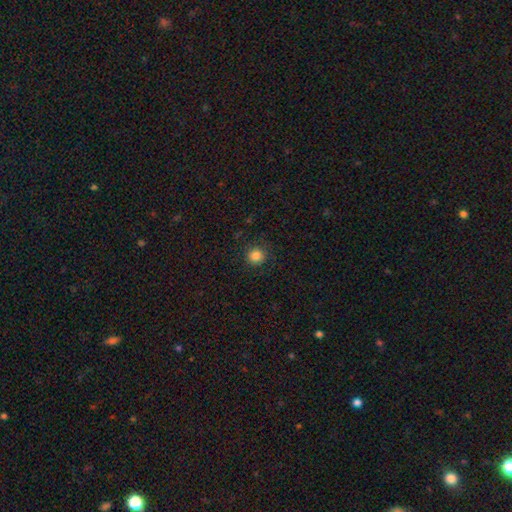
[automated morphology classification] Smooth or featured: smooth — 84% (star or artifact — 12%)
How rounded: round — 94% (in between — 5%)
Merging: none — 90% (minor disturbance — 7%)